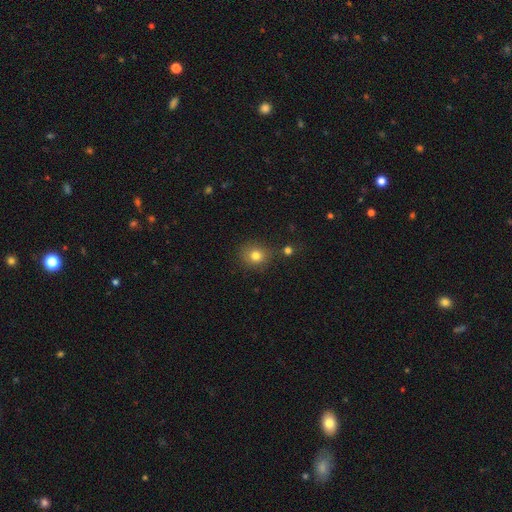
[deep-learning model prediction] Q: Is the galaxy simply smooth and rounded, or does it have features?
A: smooth — 80%.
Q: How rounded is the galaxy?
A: round — 82%.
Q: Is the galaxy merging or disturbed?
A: none — 78%.